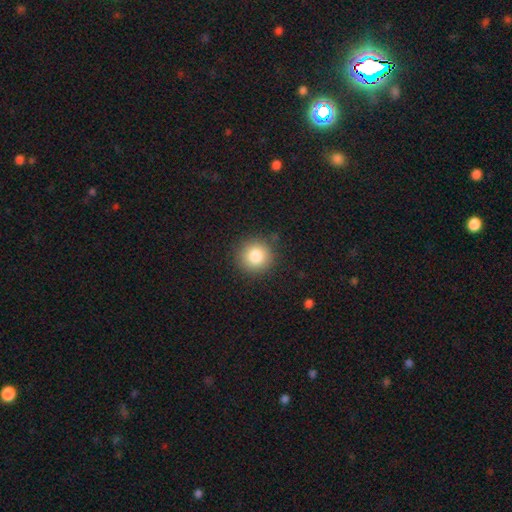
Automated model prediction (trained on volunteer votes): Smooth or featured? smooth (83%)
How rounded? round (93%)
Merging? none (88%)